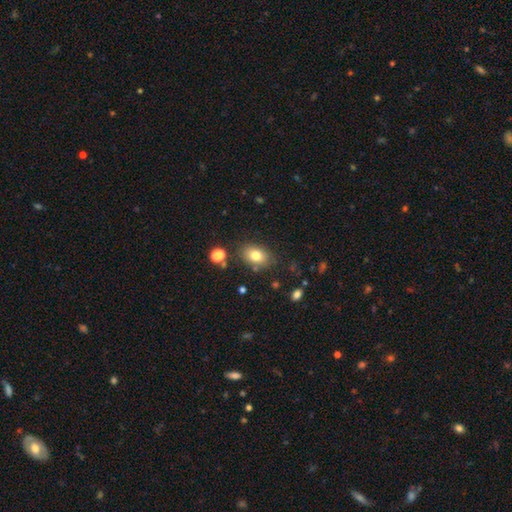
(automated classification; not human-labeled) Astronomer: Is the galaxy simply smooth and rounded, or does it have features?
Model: smooth — 79%.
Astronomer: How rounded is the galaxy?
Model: in between — 77%.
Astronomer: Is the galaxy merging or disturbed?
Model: none — 81%.